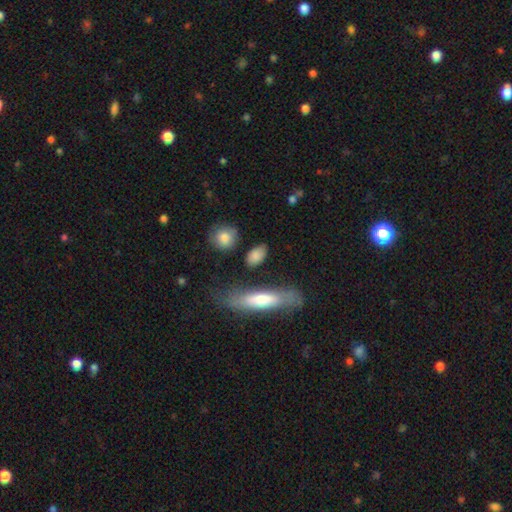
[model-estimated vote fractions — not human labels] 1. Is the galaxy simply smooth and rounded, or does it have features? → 81% smooth, 12% featured or disk, 7% star or artifact.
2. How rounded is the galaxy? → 76% in between, 13% cigar-shaped, 11% round.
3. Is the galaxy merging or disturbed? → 75% none, 16% minor disturbance, 5% major disturbance, 4% merger.